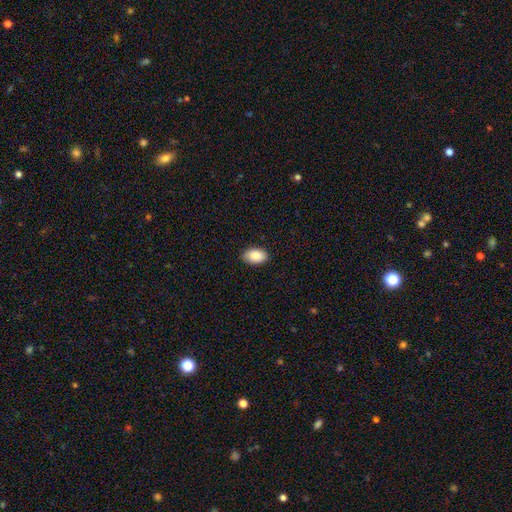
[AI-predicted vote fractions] Q: Smooth or featured?
A: smooth (87%); runner-up: star or artifact (7%)
Q: How rounded?
A: in between (93%); runner-up: round (6%)
Q: Merging?
A: none (87%); runner-up: minor disturbance (11%)